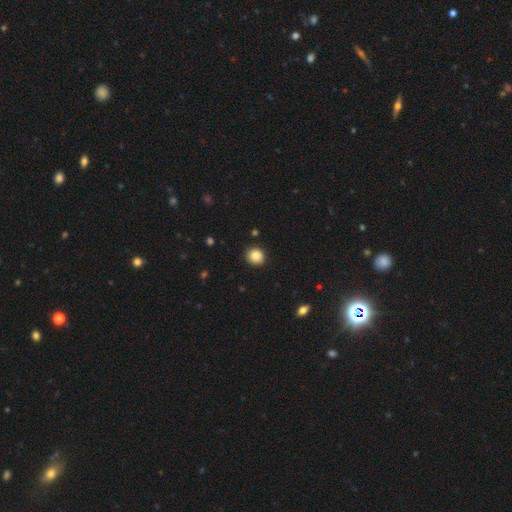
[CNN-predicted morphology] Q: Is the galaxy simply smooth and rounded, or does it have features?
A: smooth — 87%.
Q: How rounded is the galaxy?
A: round — 91%.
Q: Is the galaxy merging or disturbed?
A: none — 91%.